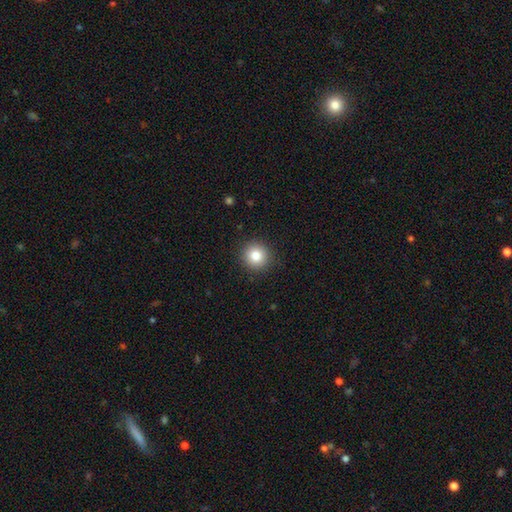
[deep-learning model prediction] Morphology: type=smooth (84%); roundness=round (94%); merging=none (91%).